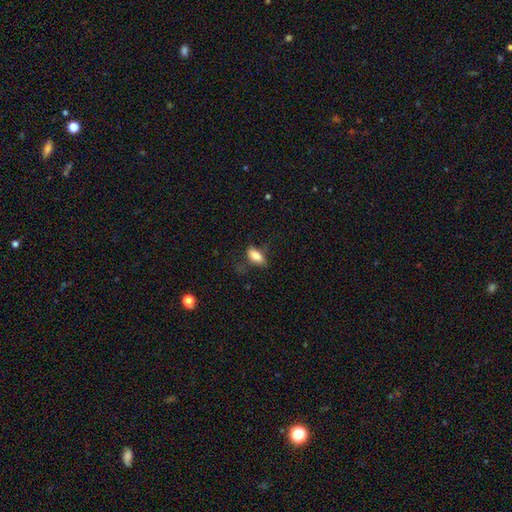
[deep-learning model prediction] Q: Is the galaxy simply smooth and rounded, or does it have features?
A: smooth — 81%.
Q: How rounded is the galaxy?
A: in between — 83%.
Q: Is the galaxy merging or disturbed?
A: none — 58%.